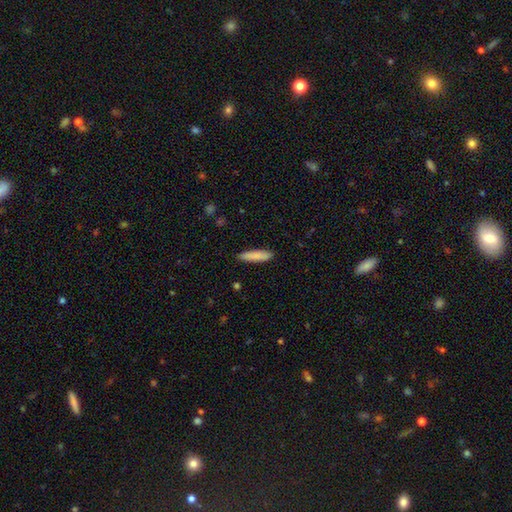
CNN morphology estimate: Smooth or featured? Predicted: smooth (p=0.86). How rounded? Predicted: cigar-shaped (p=0.82). Merging? Predicted: none (p=0.89).